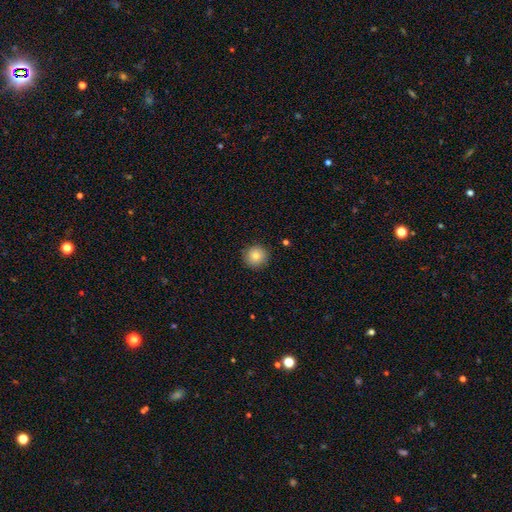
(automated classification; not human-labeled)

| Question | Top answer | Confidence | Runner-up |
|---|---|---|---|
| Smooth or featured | smooth | 81% | star or artifact (9%) |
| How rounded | round | 94% | in between (5%) |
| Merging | none | 89% | minor disturbance (7%) |